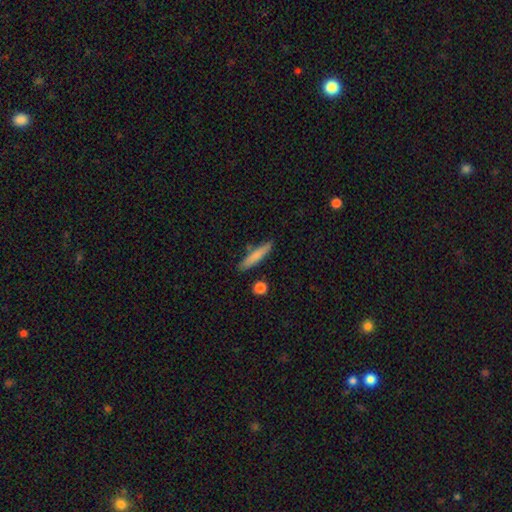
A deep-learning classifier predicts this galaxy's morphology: Overall: smooth (76%). How rounded: cigar-shaped (88%). Merging: none (82%).